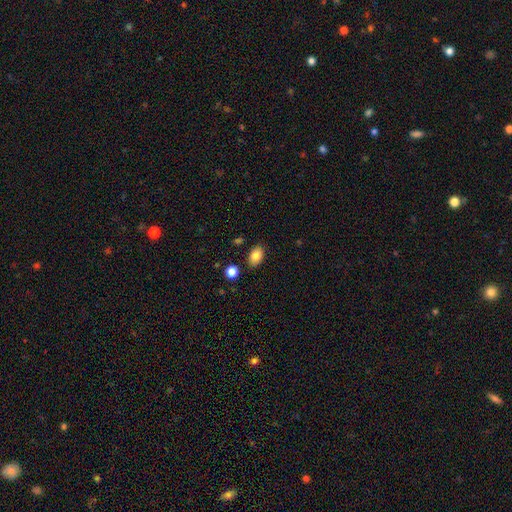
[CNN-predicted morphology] A smooth galaxy with no disk features (85%) that is in between round and cigar-shaped (88%).

Vote fractions:
- Smooth or featured? smooth: 85% / star or artifact: 8% / featured or disk: 7%
- How rounded? in between: 88% / round: 10% / cigar-shaped: 1%
- Merging? none: 84% / minor disturbance: 10% / merger: 3% / major disturbance: 2%